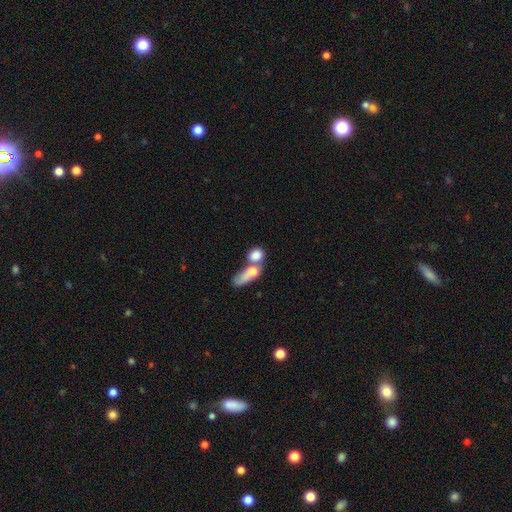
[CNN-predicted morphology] This is likely a smooth galaxy (72%). How rounded: possibly round (54%). Merging: possibly merger (59%).